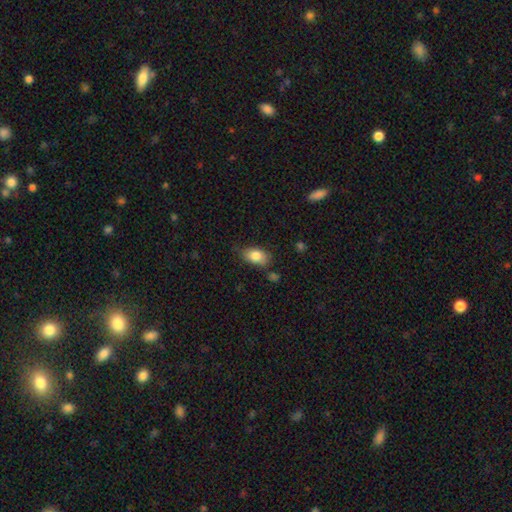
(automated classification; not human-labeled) smooth_or_featured: smooth (p=0.83) [alt: featured or disk p=0.10]
how_rounded: in between (p=0.88) [alt: round p=0.10]
merging: none (p=0.68) [alt: minor disturbance p=0.23]